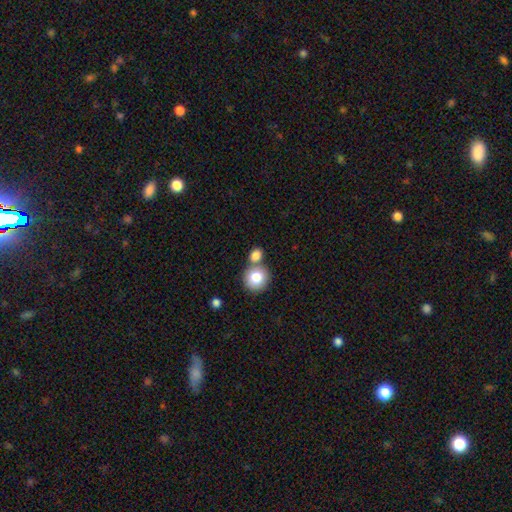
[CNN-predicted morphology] smooth_or_featured: smooth (p=0.82) [alt: featured or disk p=0.09]
how_rounded: round (p=0.76) [alt: in between p=0.23]
merging: none (p=0.50) [alt: merger p=0.39]